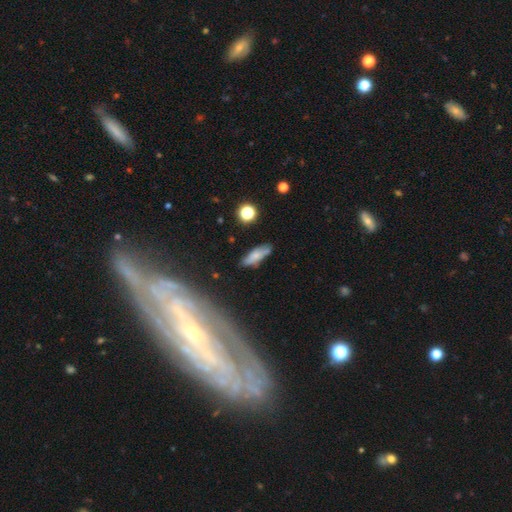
smooth 68%, featured or disk 32%, star or artifact 0%. Down the decision tree: how rounded — cigar-shaped (60%); merging — none (78%).